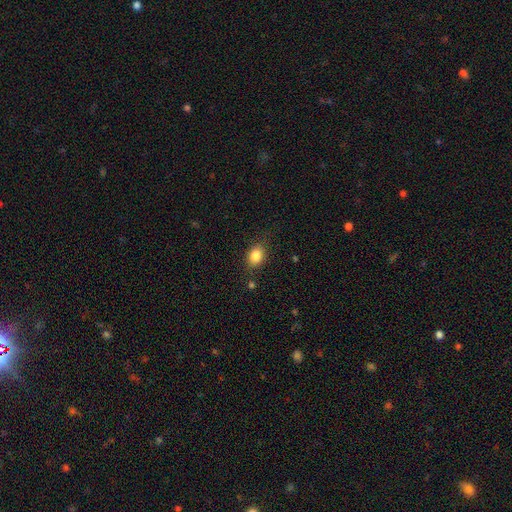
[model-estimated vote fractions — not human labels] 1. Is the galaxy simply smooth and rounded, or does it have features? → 84% smooth, 9% star or artifact, 7% featured or disk.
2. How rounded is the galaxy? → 70% in between, 28% round, 2% cigar-shaped.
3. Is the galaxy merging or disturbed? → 79% none, 15% minor disturbance, 4% major disturbance, 2% merger.